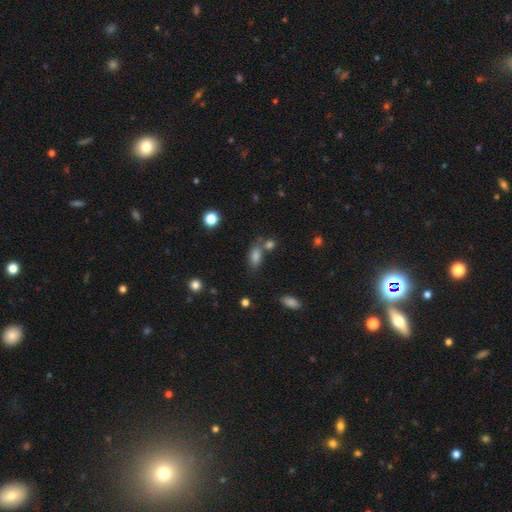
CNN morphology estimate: Q: Smooth or featured?
A: smooth (77%); runner-up: star or artifact (14%)
Q: How rounded?
A: in between (84%); runner-up: round (9%)
Q: Merging?
A: none (55%); runner-up: merger (24%)